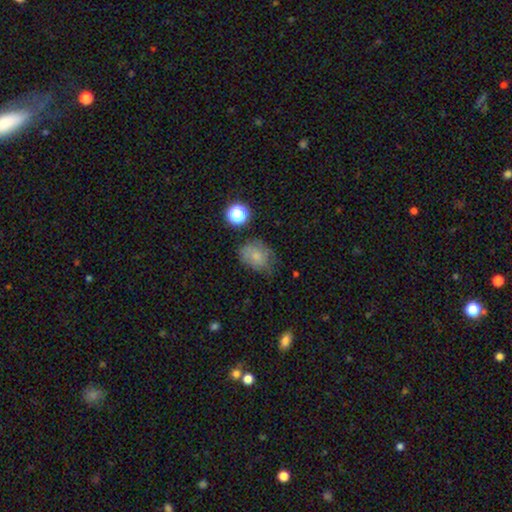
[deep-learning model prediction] Smooth or featured? smooth (68%)
How rounded? in between (59%)
Merging? none (55%)